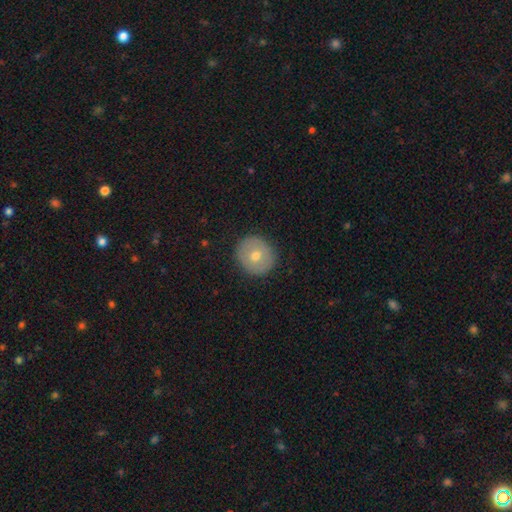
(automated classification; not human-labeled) This is likely a smooth galaxy (63%). How rounded: clearly round (90%). Merging: clearly none (91%).